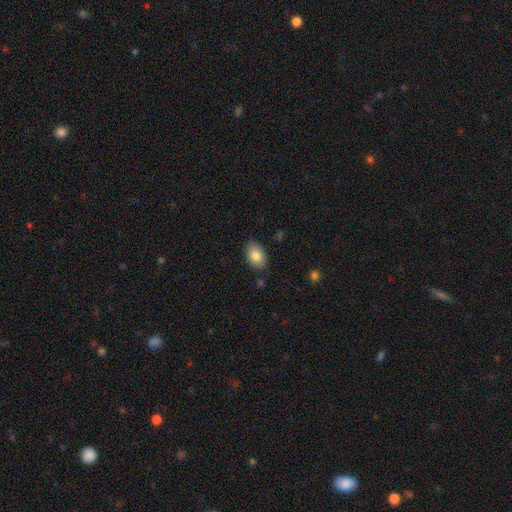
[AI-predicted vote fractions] smooth_or_featured: smooth (p=0.82) [alt: featured or disk p=0.11]
how_rounded: in between (p=0.89) [alt: round p=0.10]
merging: none (p=0.85) [alt: minor disturbance p=0.12]